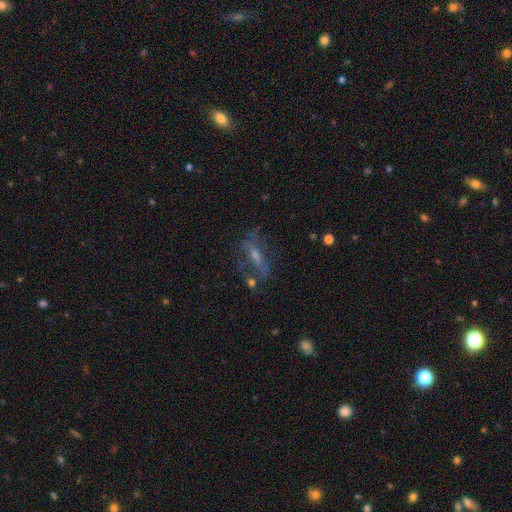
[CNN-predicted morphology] This is possibly a featured or disk galaxy (59%). It is possibly not viewed edge-on (56%). Merging: possibly none (57%).